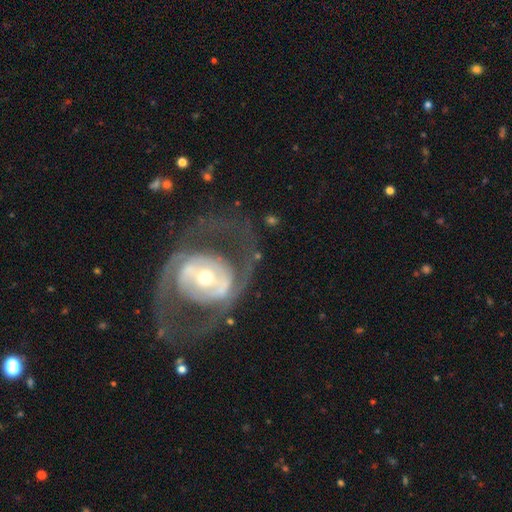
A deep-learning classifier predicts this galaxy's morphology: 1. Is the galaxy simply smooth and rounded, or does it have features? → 81% featured or disk, 13% smooth, 6% star or artifact.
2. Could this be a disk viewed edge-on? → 96% no, 4% yes.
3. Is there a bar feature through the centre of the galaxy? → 46% no, 30% weak, 25% strong.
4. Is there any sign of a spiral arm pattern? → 74% yes, 26% no.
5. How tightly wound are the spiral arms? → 42% medium, 34% tight, 24% loose.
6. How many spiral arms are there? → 70% 2, 16% can't tell, 5% 1, 5% 3, 2% 4, 2% more than 4.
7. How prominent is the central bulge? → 50% moderate, 42% small, 5% large, 1% dominant, 1% none.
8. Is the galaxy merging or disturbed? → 56% none, 26% major disturbance, 14% minor disturbance, 4% merger.